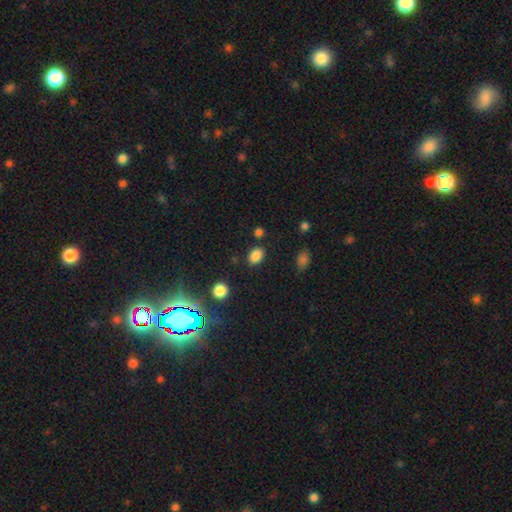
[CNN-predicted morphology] smooth-or-featured: smooth: 83% | star or artifact: 12% | featured or disk: 5%
  how-rounded: in between: 75% | round: 24% | cigar-shaped: 1%
  merging: none: 83% | minor disturbance: 10% | merger: 3% | major disturbance: 3%